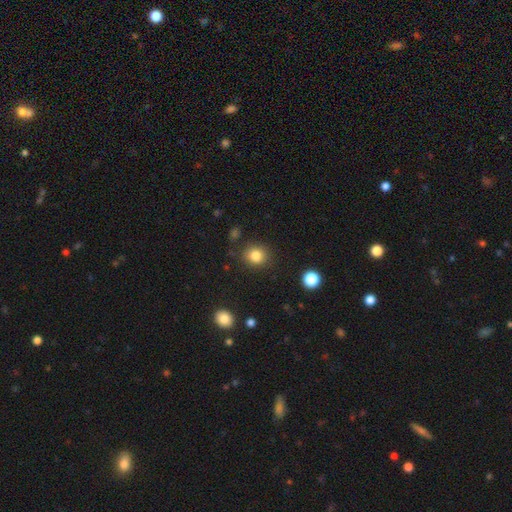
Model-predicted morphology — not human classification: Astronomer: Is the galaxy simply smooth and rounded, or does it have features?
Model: smooth — 83%.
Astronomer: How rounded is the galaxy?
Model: round — 82%.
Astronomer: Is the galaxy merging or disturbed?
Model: none — 85%.